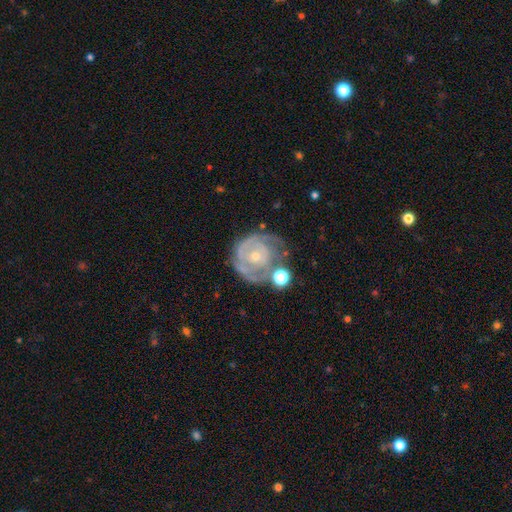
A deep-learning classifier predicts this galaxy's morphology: Smooth or featured? featured or disk (79%)
Edge-on disk? no (98%)
Bar? no (80%)
Spiral arms? yes (80%)
Spiral winding? tight (69%)
Spiral arm count? can't tell (39%)
Bulge size? small (69%)
Merging? none (48%)